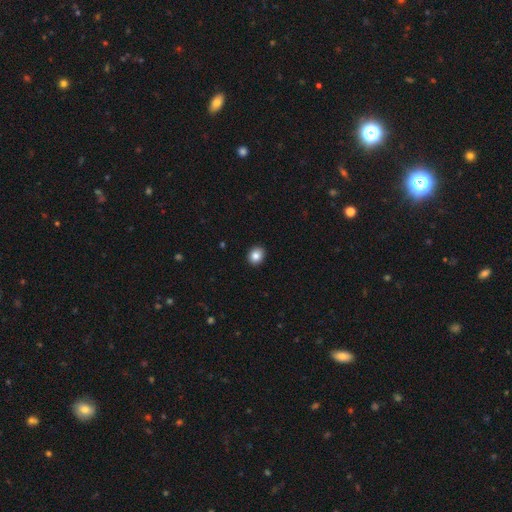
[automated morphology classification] Smooth or featured: smooth — 85% (star or artifact — 9%)
How rounded: round — 60% (in between — 39%)
Merging: none — 92% (minor disturbance — 6%)